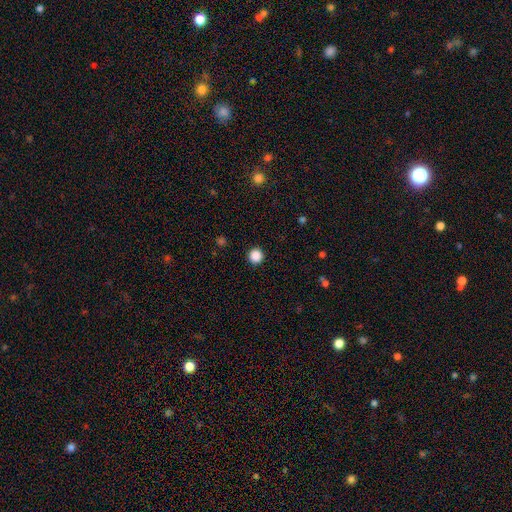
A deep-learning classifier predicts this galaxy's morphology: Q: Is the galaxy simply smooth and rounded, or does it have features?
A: smooth — 87%.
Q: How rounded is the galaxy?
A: round — 95%.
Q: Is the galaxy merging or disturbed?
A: none — 93%.